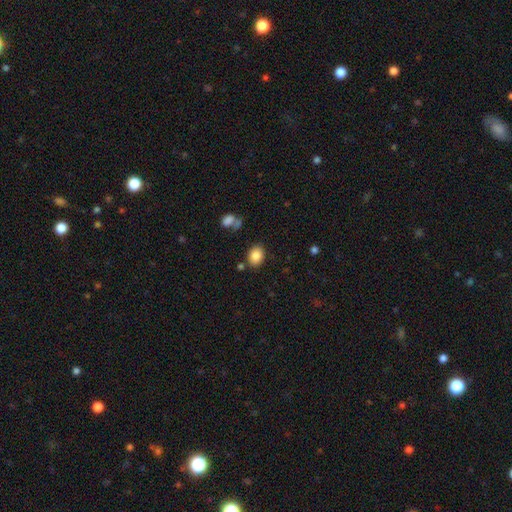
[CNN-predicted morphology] A smooth galaxy with no disk features (85%) that is in between round and cigar-shaped (67%).

Vote fractions:
- Smooth or featured? smooth: 85% / star or artifact: 9% / featured or disk: 6%
- How rounded? in between: 67% / round: 32% / cigar-shaped: 1%
- Merging? none: 79% / minor disturbance: 12% / merger: 5% / major disturbance: 4%